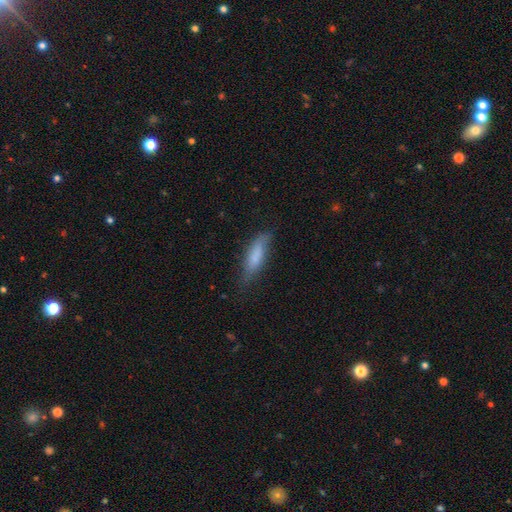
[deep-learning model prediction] Overall: smooth (75%). How rounded: cigar-shaped (53%; in between 45%). Merging: none (65%; minor disturbance 27%).